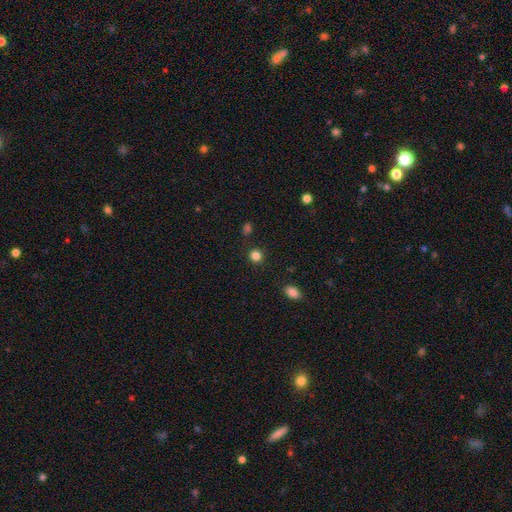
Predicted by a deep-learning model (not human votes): smooth-or-featured: smooth: 83% | star or artifact: 13% | featured or disk: 4%
  how-rounded: round: 89% | in between: 10% | cigar-shaped: 1%
  merging: none: 89% | minor disturbance: 7% | major disturbance: 2% | merger: 2%